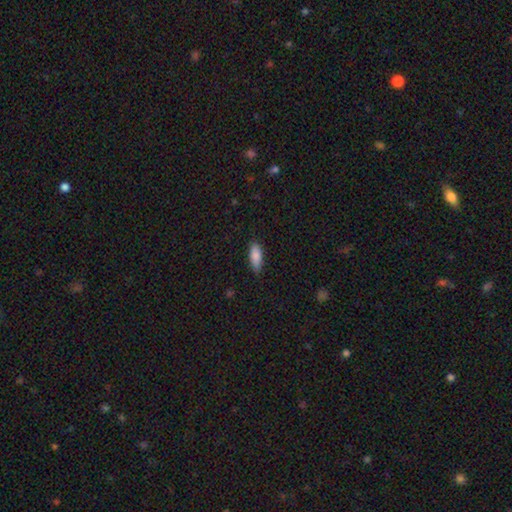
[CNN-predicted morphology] The model was most divided on "how rounded": in between: 74%, cigar-shaped: 24%, round: 2%. More confident: smooth or featured — smooth (86%); merging — none (79%).